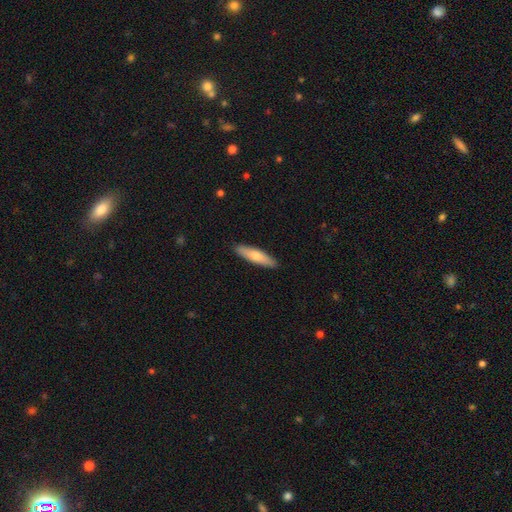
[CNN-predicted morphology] Smooth or featured?
  - smooth: 66% *
  - featured or disk: 29%
  - star or artifact: 6%
How rounded?
  - cigar-shaped: 75% *
  - in between: 24%
  - round: 2%
Merging?
  - none: 91% *
  - minor disturbance: 7%
  - major disturbance: 1%
  - merger: 1%